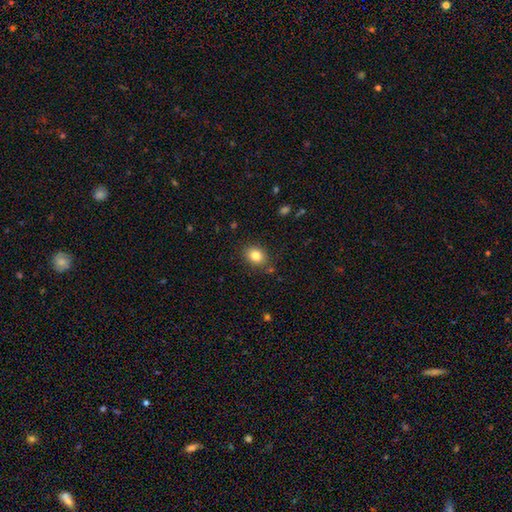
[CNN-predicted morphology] Smooth or featured?
  - smooth: 83% *
  - star or artifact: 10%
  - featured or disk: 7%
How rounded?
  - in between: 51% *
  - round: 48%
  - cigar-shaped: 1%
Merging?
  - none: 83% *
  - minor disturbance: 11%
  - major disturbance: 3%
  - merger: 2%